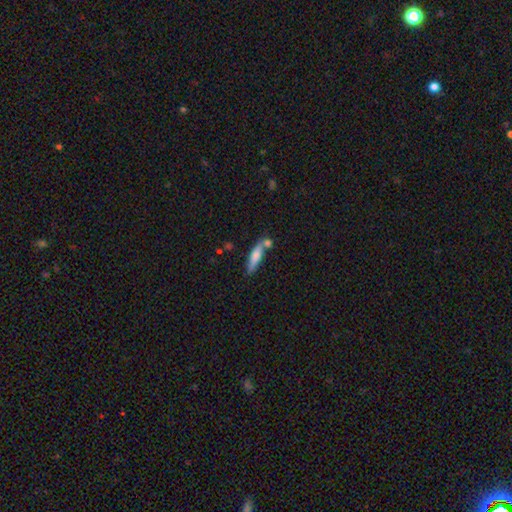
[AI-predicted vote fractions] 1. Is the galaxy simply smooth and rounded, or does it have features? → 66% smooth, 27% featured or disk, 6% star or artifact.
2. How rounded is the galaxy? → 75% cigar-shaped, 23% in between, 2% round.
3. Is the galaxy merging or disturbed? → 58% none, 22% merger, 15% minor disturbance, 4% major disturbance.